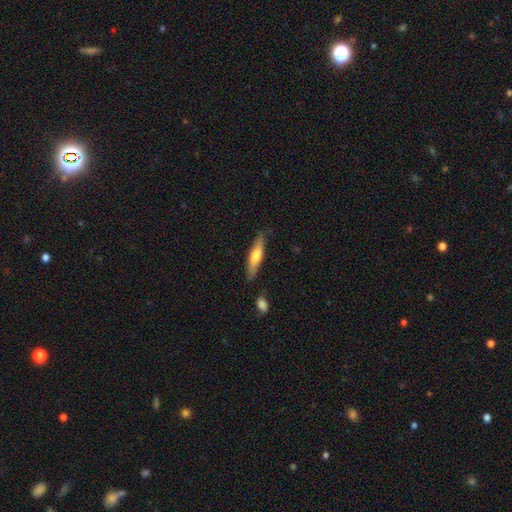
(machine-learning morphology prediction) This appears to be a smooth galaxy with no disk features (56%) that is cigar-shaped (80%). Merging: none (81%).